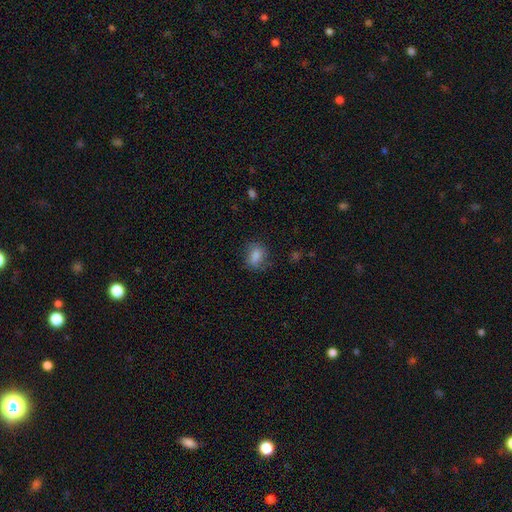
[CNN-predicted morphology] Smooth or featured: smooth — 83% (star or artifact — 9%)
How rounded: in between — 64% (round — 35%)
Merging: none — 71% (minor disturbance — 20%)